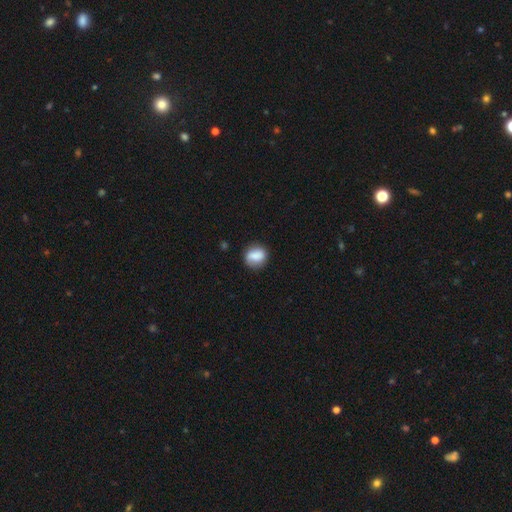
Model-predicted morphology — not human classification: A smooth galaxy with no disk features (78%) that is round (67%).

Vote fractions:
- Smooth or featured? smooth: 78% / featured or disk: 14% / star or artifact: 8%
- How rounded? round: 67% / in between: 32% / cigar-shaped: 2%
- Merging? none: 78% / minor disturbance: 16% / major disturbance: 4% / merger: 2%